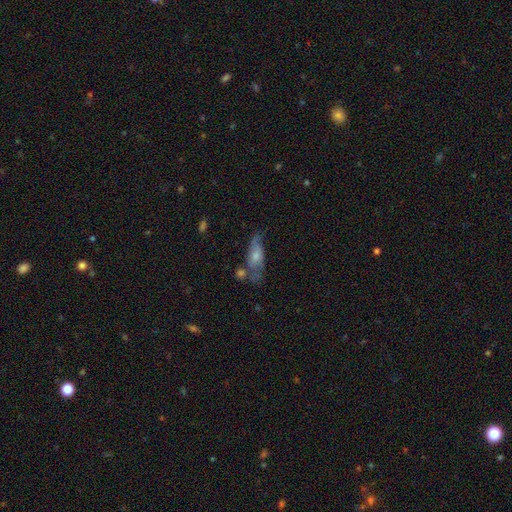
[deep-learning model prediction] The model was most divided on "smooth or featured": smooth: 47%, featured or disk: 45%, star or artifact: 9%. Remaining: merging — none (42%).